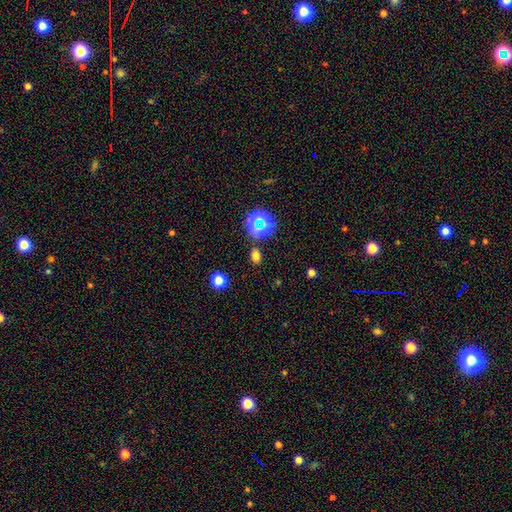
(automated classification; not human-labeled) Overall: smooth (70%). How rounded: in between (72%). Merging: none (84%).